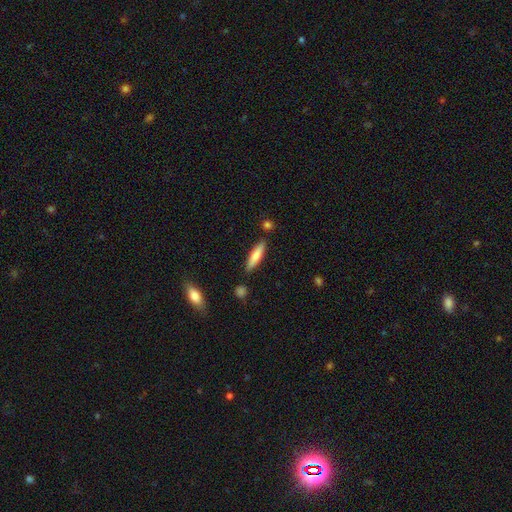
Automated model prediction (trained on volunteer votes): A smooth galaxy with no disk features (76%) that is cigar-shaped (72%).

Vote fractions:
- Smooth or featured? smooth: 76% / featured or disk: 19% / star or artifact: 6%
- How rounded? cigar-shaped: 72% / in between: 27% / round: 2%
- Merging? none: 84% / minor disturbance: 10% / merger: 4% / major disturbance: 2%